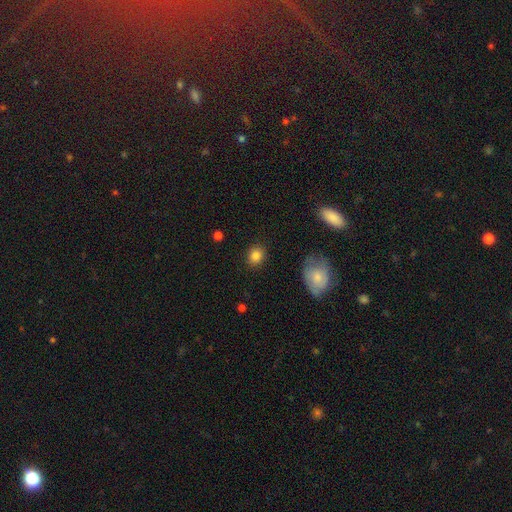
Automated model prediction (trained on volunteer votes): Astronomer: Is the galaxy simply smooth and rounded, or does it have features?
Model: smooth — 85%.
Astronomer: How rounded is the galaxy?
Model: round — 69%.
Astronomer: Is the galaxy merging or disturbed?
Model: none — 89%.